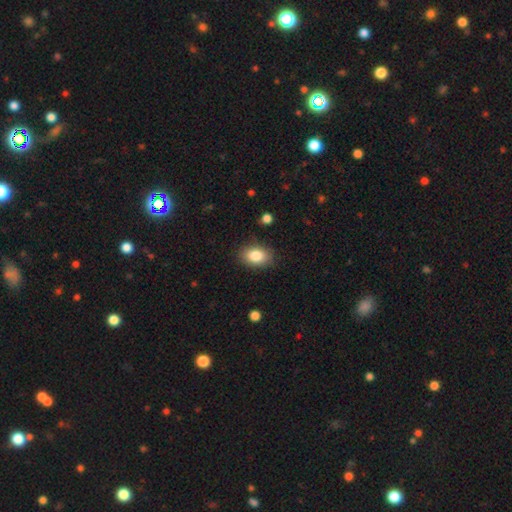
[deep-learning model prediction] A smooth galaxy with no disk features (84%) that is in between round and cigar-shaped (81%).

Vote fractions:
- Smooth or featured? smooth: 84% / star or artifact: 8% / featured or disk: 8%
- How rounded? in between: 81% / round: 18% / cigar-shaped: 1%
- Merging? none: 84% / minor disturbance: 11% / major disturbance: 3% / merger: 1%